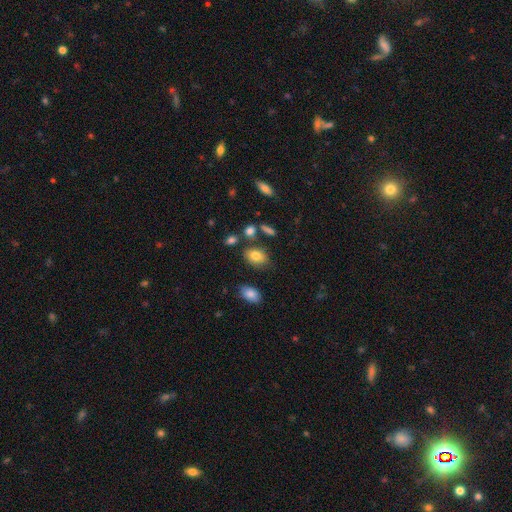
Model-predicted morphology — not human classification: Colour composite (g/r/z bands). It shows a smooth galaxy with no disk features (79%) that is in between round and cigar-shaped (78%). Merging: none (74%).